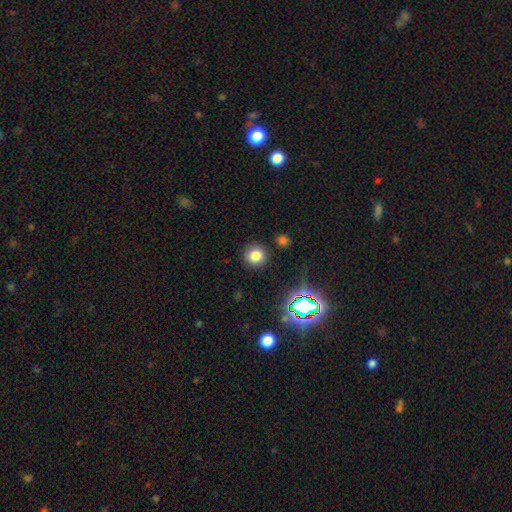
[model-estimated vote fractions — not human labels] This is likely a smooth galaxy (78%). How rounded: clearly round (92%). Merging: clearly none (88%).